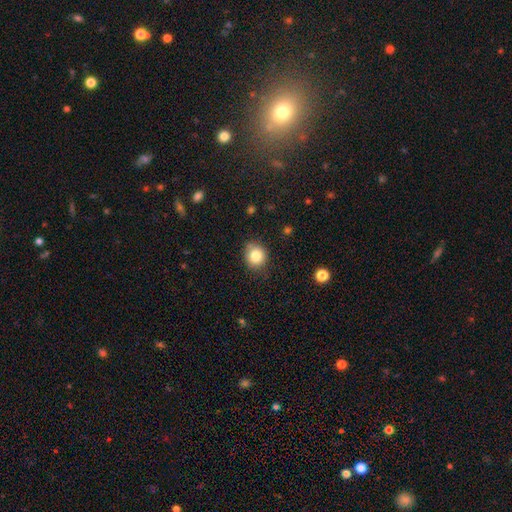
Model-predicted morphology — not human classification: This appears to be a smooth galaxy with no disk features (84%) that is round (79%). Merging: none (78%).